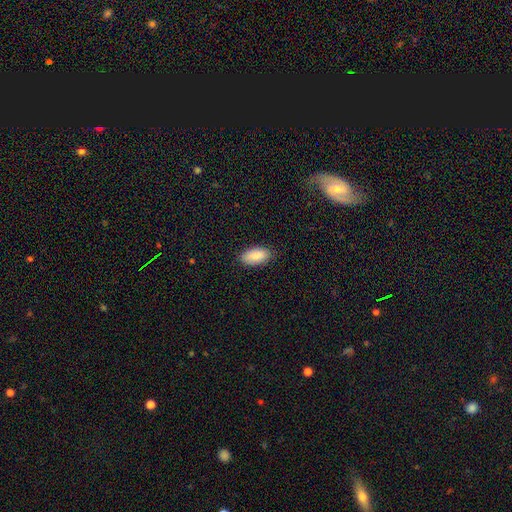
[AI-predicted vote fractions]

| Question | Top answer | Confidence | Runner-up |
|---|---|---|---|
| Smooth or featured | smooth | 89% | star or artifact (6%) |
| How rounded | in between | 93% | cigar-shaped (5%) |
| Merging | none | 85% | minor disturbance (11%) |